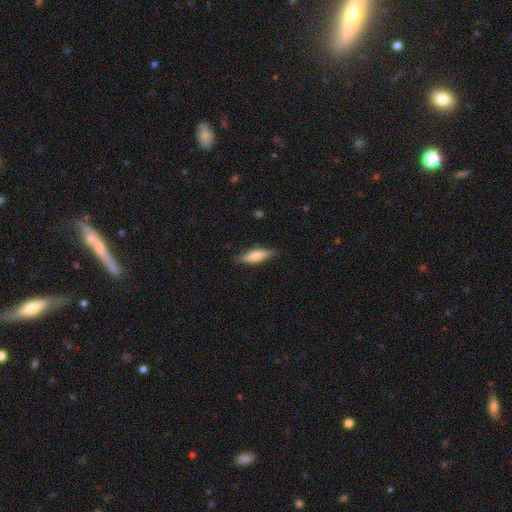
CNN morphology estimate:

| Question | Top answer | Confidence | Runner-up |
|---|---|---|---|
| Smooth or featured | smooth | 57% | featured or disk (37%) |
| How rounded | cigar-shaped | 56% | in between (41%) |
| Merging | none | 82% | minor disturbance (14%) |